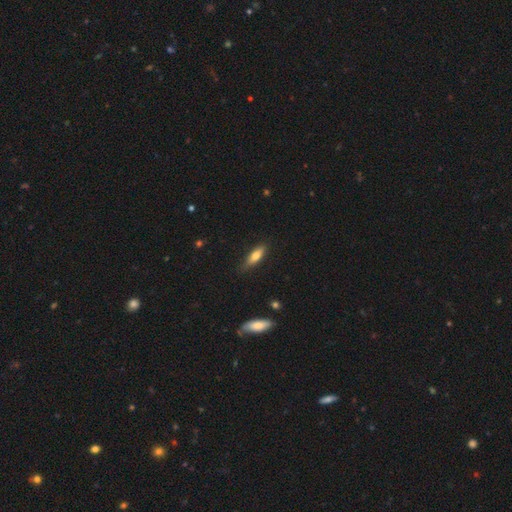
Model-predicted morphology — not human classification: Smooth or featured?
  - smooth: 72% *
  - featured or disk: 22%
  - star or artifact: 6%
How rounded?
  - in between: 51% *
  - cigar-shaped: 47%
  - round: 2%
Merging?
  - none: 75% *
  - minor disturbance: 20%
  - major disturbance: 3%
  - merger: 2%